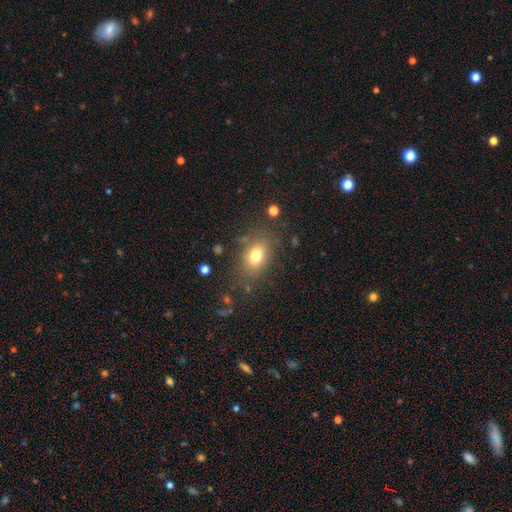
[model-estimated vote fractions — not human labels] The model was most divided on "how rounded": in between: 74%, round: 25%, cigar-shaped: 2%. More confident: merging — none (78%); smooth or featured — smooth (75%).